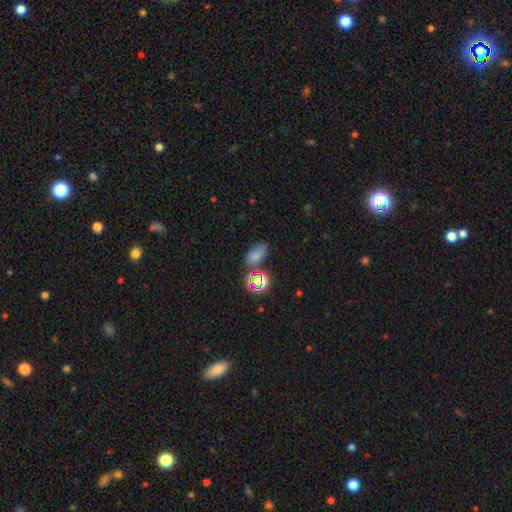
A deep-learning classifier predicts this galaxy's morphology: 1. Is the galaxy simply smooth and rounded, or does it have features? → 62% smooth, 25% star or artifact, 12% featured or disk.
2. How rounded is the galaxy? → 82% in between, 15% round, 2% cigar-shaped.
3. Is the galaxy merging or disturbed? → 62% none, 19% minor disturbance, 13% merger, 6% major disturbance.